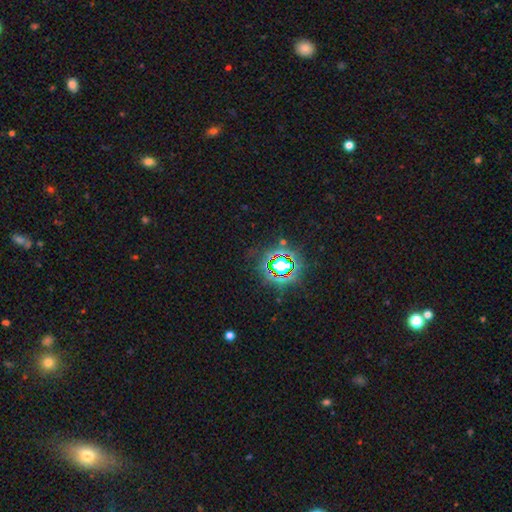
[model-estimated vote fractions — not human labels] Smooth or featured? star or artifact (82%)